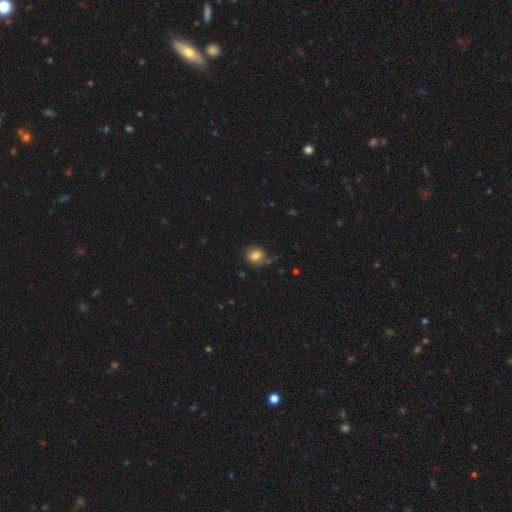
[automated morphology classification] smooth-or-featured: smooth: 79% | star or artifact: 10% | featured or disk: 10%
  how-rounded: round: 81% | in between: 18% | cigar-shaped: 1%
  merging: none: 71% | minor disturbance: 19% | major disturbance: 6% | merger: 5%